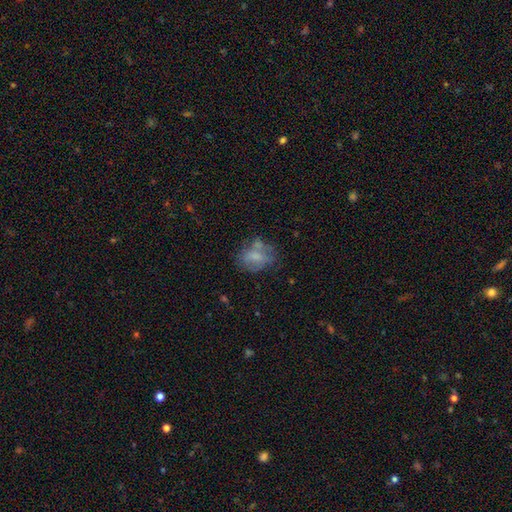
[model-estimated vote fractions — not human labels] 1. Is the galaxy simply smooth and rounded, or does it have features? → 56% smooth, 34% featured or disk, 10% star or artifact.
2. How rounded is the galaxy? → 59% in between, 40% round, 1% cigar-shaped.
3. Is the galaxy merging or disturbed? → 44% none, 25% minor disturbance, 18% major disturbance, 13% merger.